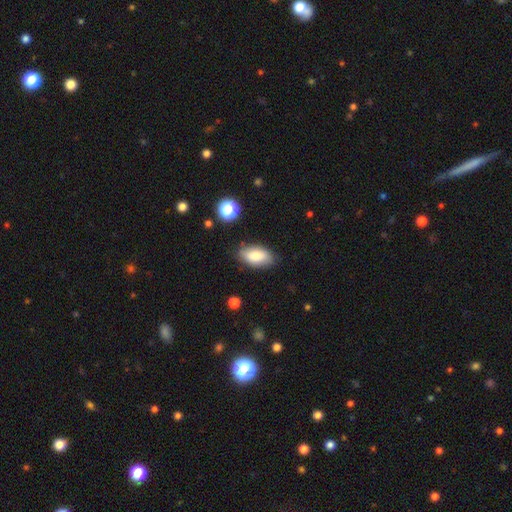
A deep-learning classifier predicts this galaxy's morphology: Smooth or featured? smooth (79%)
How rounded? in between (91%)
Merging? none (81%)